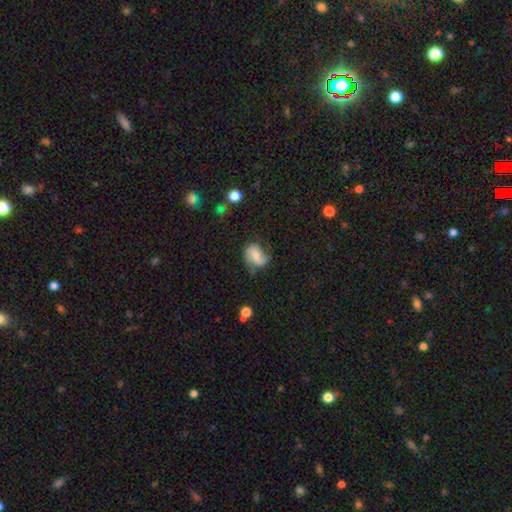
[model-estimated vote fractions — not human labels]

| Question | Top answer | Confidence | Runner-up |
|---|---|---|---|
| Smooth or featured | smooth | 54% | featured or disk (37%) |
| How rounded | in between | 60% | round (39%) |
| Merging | none | 50% | minor disturbance (32%) |